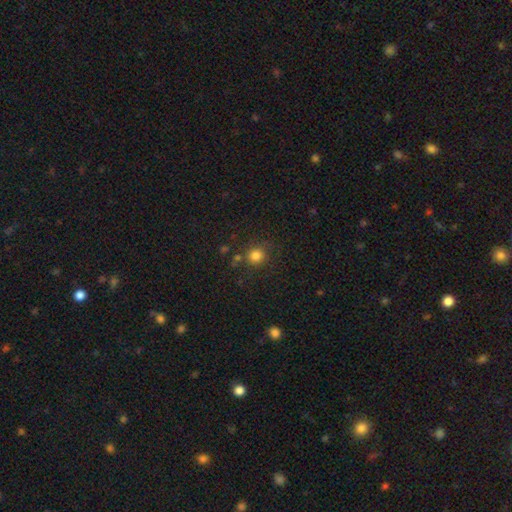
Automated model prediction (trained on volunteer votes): Morphology: type=smooth (82%); roundness=round (89%); merging=none (79%).